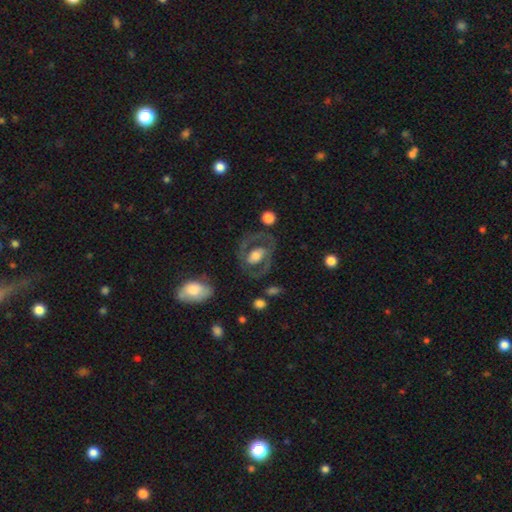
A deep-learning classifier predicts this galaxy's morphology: Smooth or featured? featured or disk (62%)
Edge-on disk? no (94%)
Bar? no (54%)
Spiral arms? no (54%)
Bulge size? moderate (46%)
Merging? none (69%)